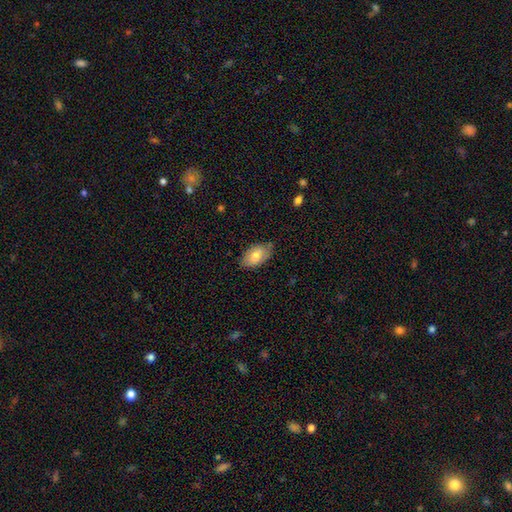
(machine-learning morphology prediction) Smooth or featured?
  - smooth: 76% *
  - featured or disk: 17%
  - star or artifact: 7%
How rounded?
  - in between: 93% *
  - round: 5%
  - cigar-shaped: 2%
Merging?
  - none: 76% *
  - minor disturbance: 20%
  - major disturbance: 3%
  - merger: 1%